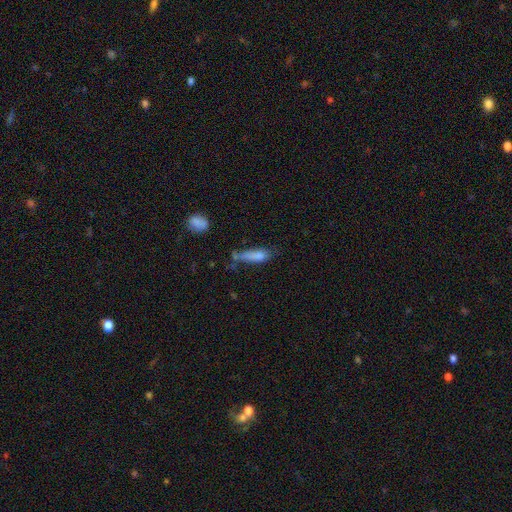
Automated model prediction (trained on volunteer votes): smooth 76%, featured or disk 15%, star or artifact 9%. Down the decision tree: how rounded — cigar-shaped (49%); merging — none (38%).